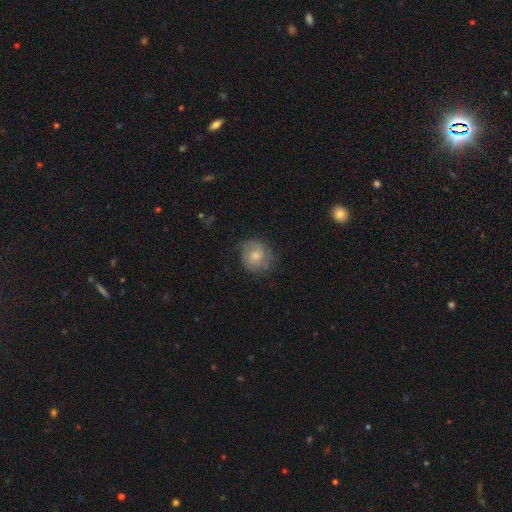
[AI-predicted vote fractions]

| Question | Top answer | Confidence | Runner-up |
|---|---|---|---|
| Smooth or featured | smooth | 54% | featured or disk (38%) |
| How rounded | round | 82% | in between (17%) |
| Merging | none | 68% | minor disturbance (23%) |